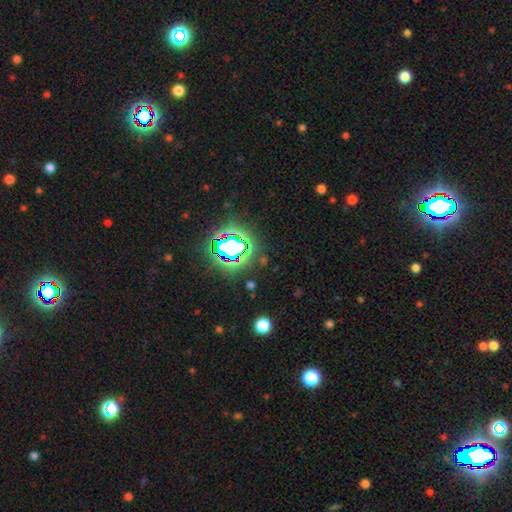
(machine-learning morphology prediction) star or artifact 80%, smooth 12%, featured or disk 7%.